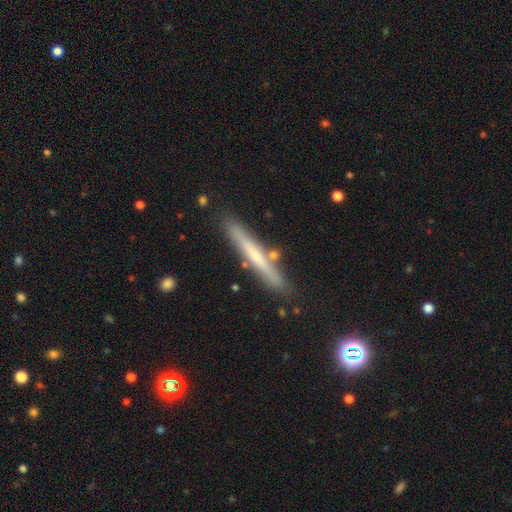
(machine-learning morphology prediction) A smooth galaxy with no disk features (48%).

Vote fractions:
- Smooth or featured? smooth: 48% / featured or disk: 45% / star or artifact: 7%
- Merging? none: 84% / minor disturbance: 10% / merger: 4% / major disturbance: 2%